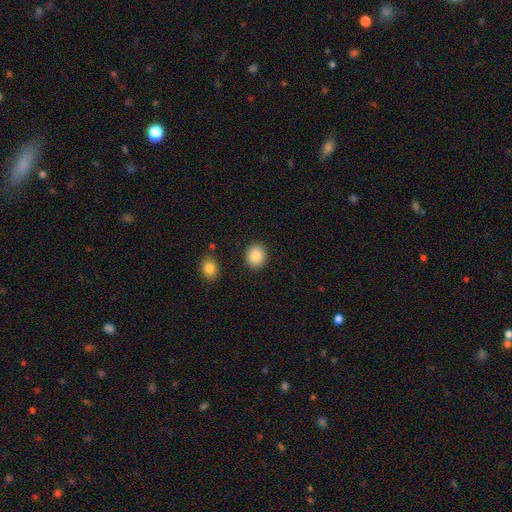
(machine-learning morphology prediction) Smooth or featured? Predicted: smooth (p=0.87). How rounded? Predicted: round (p=0.72). Merging? Predicted: none (p=0.89).